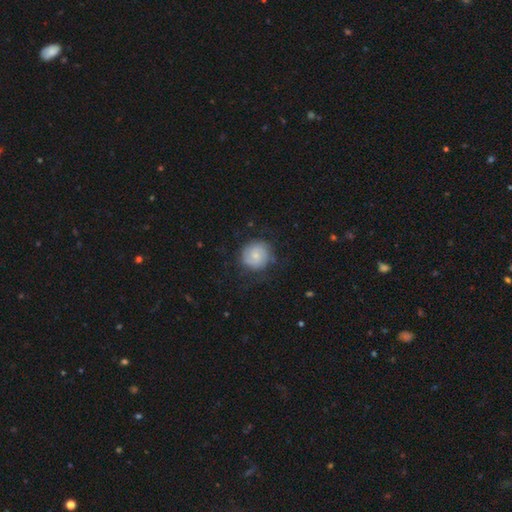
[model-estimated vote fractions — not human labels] Smooth or featured? Predicted: smooth (p=0.47). Merging? Predicted: none (p=0.75).